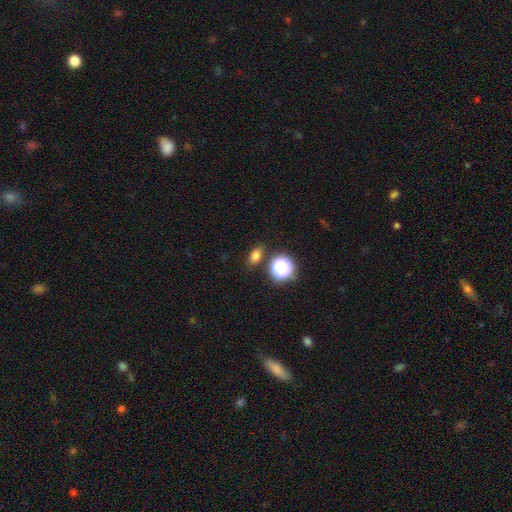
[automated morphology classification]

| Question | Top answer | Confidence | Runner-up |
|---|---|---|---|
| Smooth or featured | smooth | 75% | star or artifact (18%) |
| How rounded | in between | 70% | round (28%) |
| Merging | none | 81% | minor disturbance (11%) |